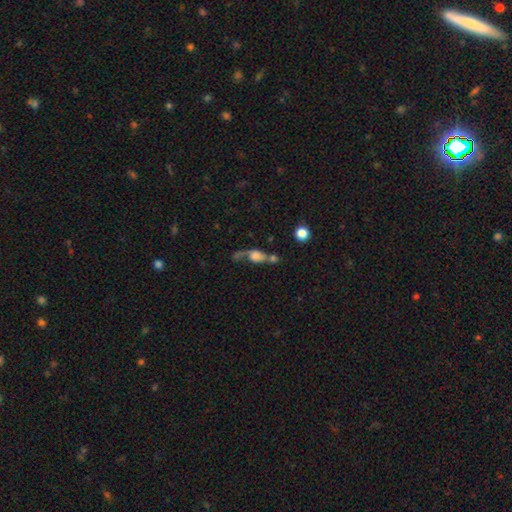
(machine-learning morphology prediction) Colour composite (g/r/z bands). It shows a smooth galaxy with no disk features (46%). Merging: merger (35%).